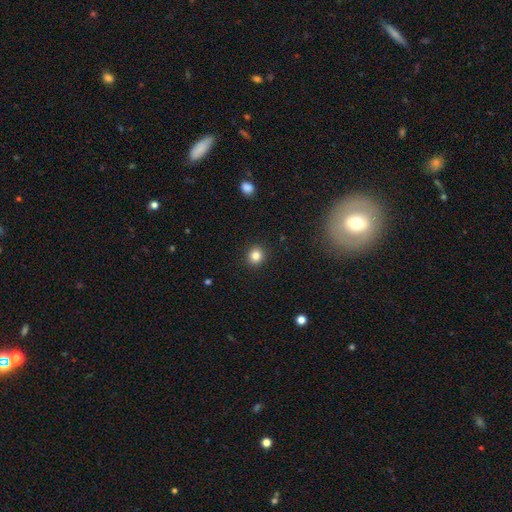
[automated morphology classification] smooth_or_featured: smooth (p=0.84) [alt: star or artifact p=0.11]
how_rounded: round (p=0.84) [alt: in between p=0.15]
merging: none (p=0.91) [alt: minor disturbance p=0.06]